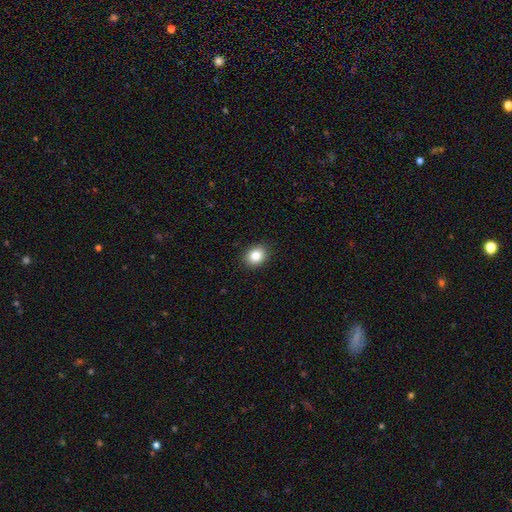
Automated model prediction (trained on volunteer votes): Smooth or featured? smooth (84%)
How rounded? round (52%)
Merging? none (90%)